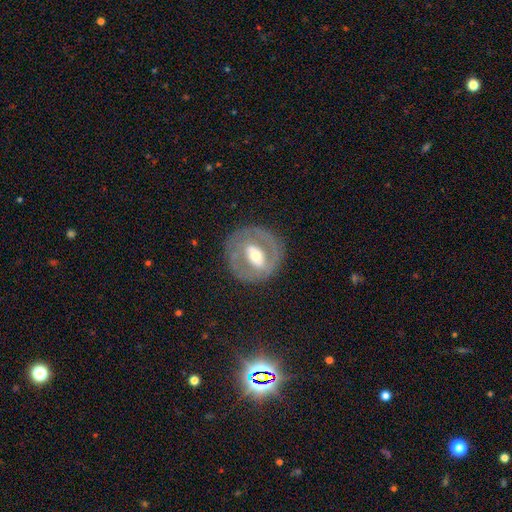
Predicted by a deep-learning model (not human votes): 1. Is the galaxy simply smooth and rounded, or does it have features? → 67% featured or disk, 27% smooth, 6% star or artifact.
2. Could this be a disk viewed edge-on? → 94% no, 6% yes.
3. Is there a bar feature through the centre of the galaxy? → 35% weak (tied), 35% strong (tied), 30% no.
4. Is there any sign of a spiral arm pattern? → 63% no, 37% yes.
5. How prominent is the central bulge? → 62% moderate, 22% small, 13% large, 2% dominant, 1% none.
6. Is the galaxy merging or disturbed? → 79% none, 12% minor disturbance, 7% major disturbance, 1% merger.